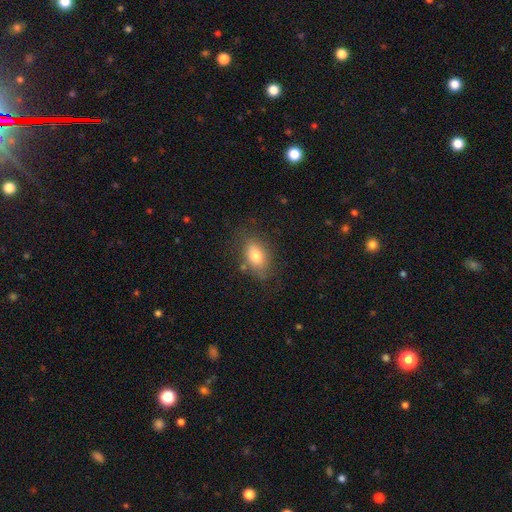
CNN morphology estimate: Smooth or featured: smooth — 77% (featured or disk — 15%)
How rounded: in between — 85% (round — 12%)
Merging: none — 73% (minor disturbance — 18%)